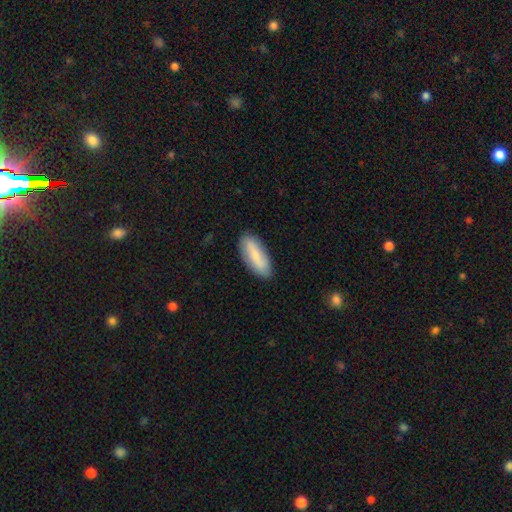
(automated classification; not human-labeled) smooth 76%, featured or disk 18%, star or artifact 6%. Down the decision tree: how rounded — in between (72%); merging — none (85%).